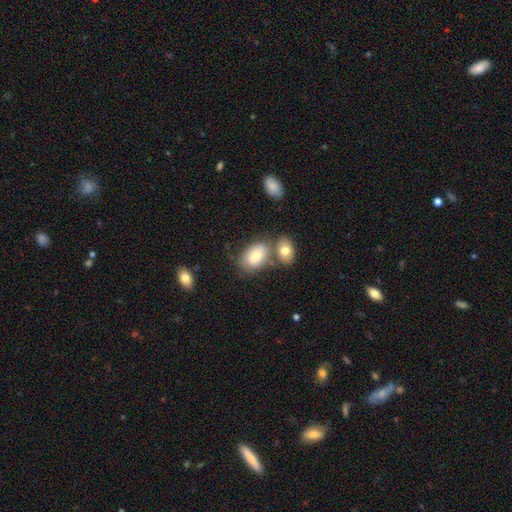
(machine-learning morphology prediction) Smooth or featured? Predicted: smooth (p=0.75). How rounded? Predicted: in between (p=0.88). Merging? Predicted: none (p=0.48).